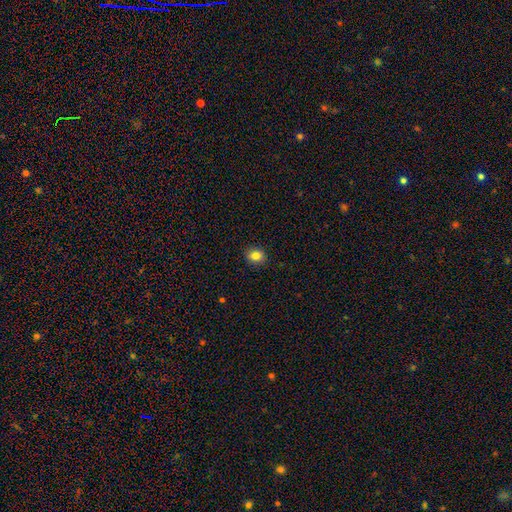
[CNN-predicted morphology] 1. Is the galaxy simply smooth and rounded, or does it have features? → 82% smooth, 10% star or artifact, 7% featured or disk.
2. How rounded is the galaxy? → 58% round, 41% in between, 1% cigar-shaped.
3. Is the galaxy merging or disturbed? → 90% none, 7% minor disturbance, 2% major disturbance, 1% merger.